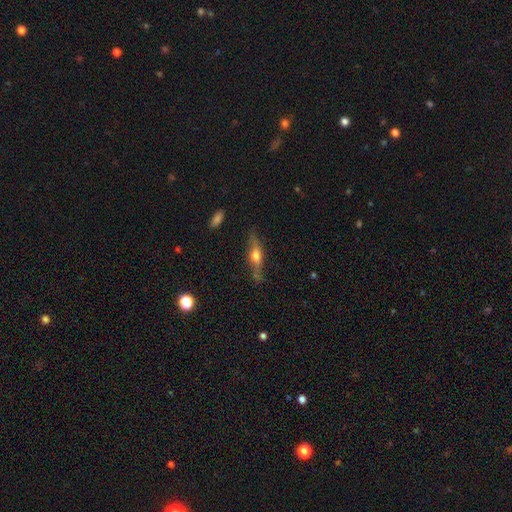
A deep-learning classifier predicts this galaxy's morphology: A featured or disk galaxy (61%) viewed edge-on (90%) with a rounded central bulge (92%).

Vote fractions:
- Smooth or featured? featured or disk: 61% / smooth: 32% / star or artifact: 8%
- Edge-on disk? yes: 90% / no: 10%
- Edge-on bulge? rounded: 92% / boxy: 5% / none: 3%
- Merging? none: 79% / minor disturbance: 15% / major disturbance: 4% / merger: 2%